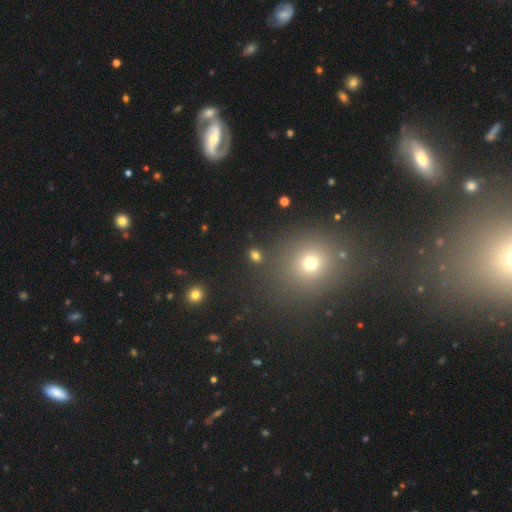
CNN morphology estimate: type=smooth (73%); roundness=in between (56%); merging=none (84%).